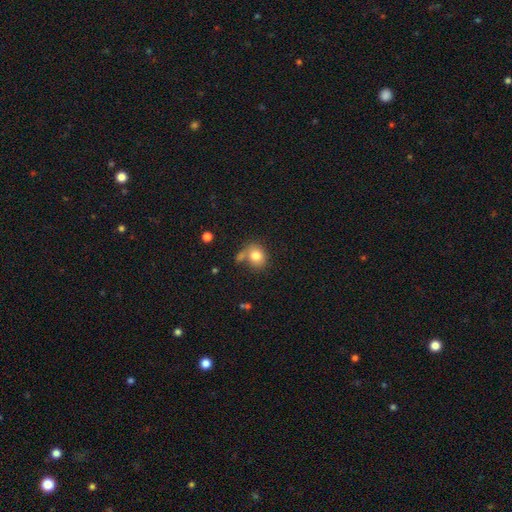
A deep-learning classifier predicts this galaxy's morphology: Smooth or featured?
  - smooth: 80% *
  - featured or disk: 10%
  - star or artifact: 10%
How rounded?
  - round: 59% *
  - in between: 40%
  - cigar-shaped: 1%
Merging?
  - none: 57% *
  - merger: 20%
  - minor disturbance: 16%
  - major disturbance: 7%